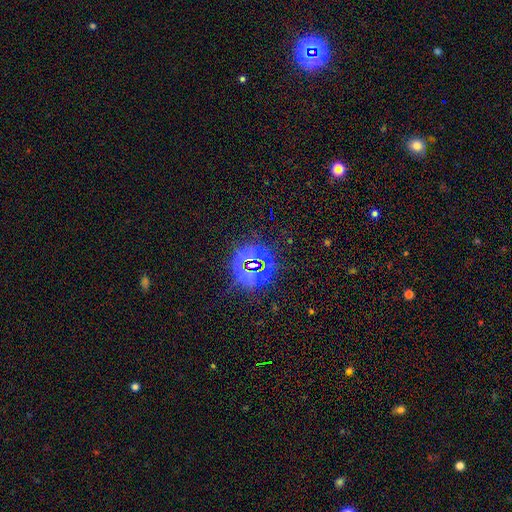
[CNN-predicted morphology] smooth-or-featured: star or artifact: 83% | smooth: 11% | featured or disk: 7%